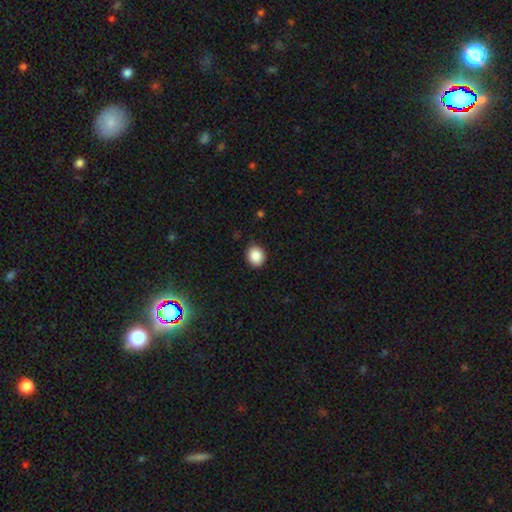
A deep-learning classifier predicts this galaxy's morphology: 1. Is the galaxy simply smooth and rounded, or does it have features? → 88% smooth, 9% star or artifact, 4% featured or disk.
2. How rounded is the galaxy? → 72% round, 27% in between, 1% cigar-shaped.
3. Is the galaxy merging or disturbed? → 86% none, 10% minor disturbance, 2% major disturbance, 1% merger.